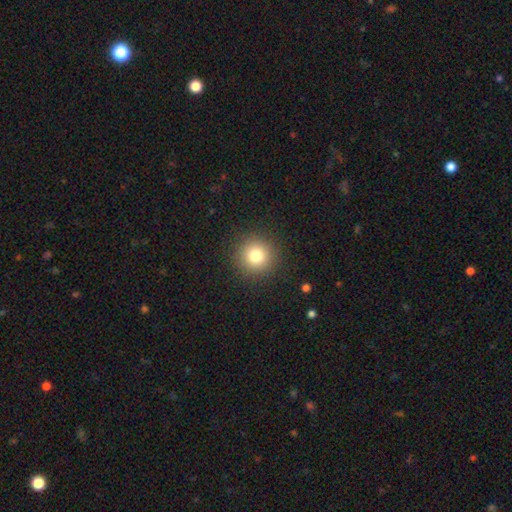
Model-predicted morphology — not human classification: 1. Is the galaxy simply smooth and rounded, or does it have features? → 79% smooth, 13% star or artifact, 8% featured or disk.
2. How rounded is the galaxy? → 95% round, 4% in between, 1% cigar-shaped.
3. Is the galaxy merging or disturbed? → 91% none, 5% minor disturbance, 2% major disturbance, 1% merger.